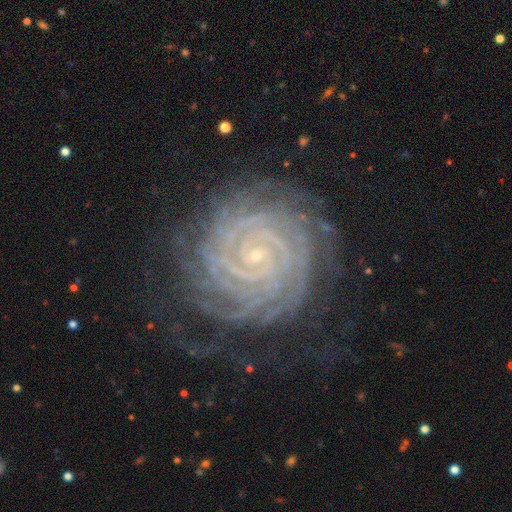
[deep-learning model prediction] Smooth or featured? Predicted: featured or disk (p=0.90). Edge-on disk? Predicted: no (p=0.98). Bar? Predicted: no (p=0.59). Spiral arms? Predicted: yes (p=0.99). Spiral winding? Predicted: tight (p=0.91). Spiral arm count? Predicted: more than 4 (p=0.27). Bulge size? Predicted: small (p=0.90). Merging? Predicted: none (p=0.78).